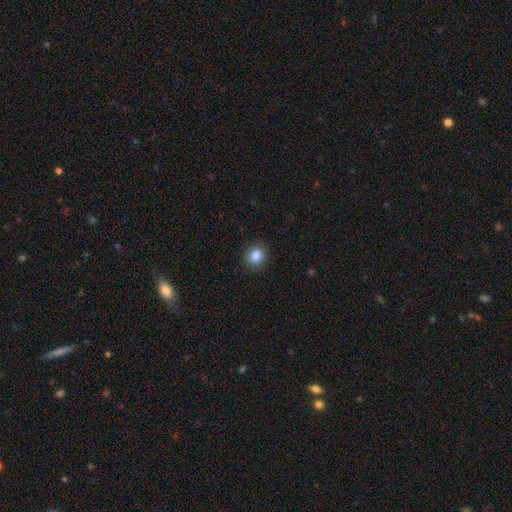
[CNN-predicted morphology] Q: Smooth or featured?
A: smooth (86%); runner-up: star or artifact (10%)
Q: How rounded?
A: round (79%); runner-up: in between (21%)
Q: Merging?
A: none (89%); runner-up: minor disturbance (8%)